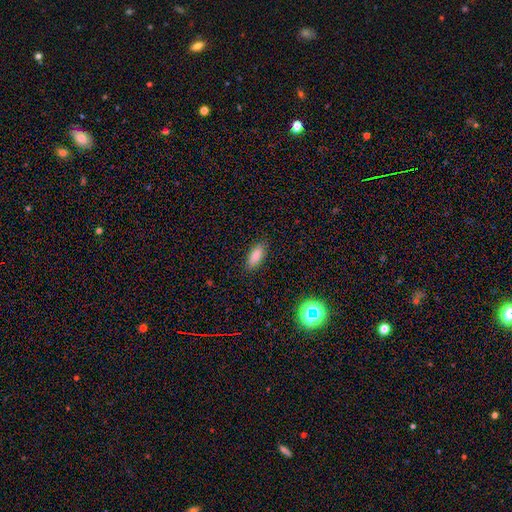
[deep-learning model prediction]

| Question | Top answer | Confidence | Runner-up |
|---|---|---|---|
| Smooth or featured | smooth | 83% | star or artifact (9%) |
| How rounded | in between | 82% | cigar-shaped (15%) |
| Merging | none | 87% | minor disturbance (9%) |